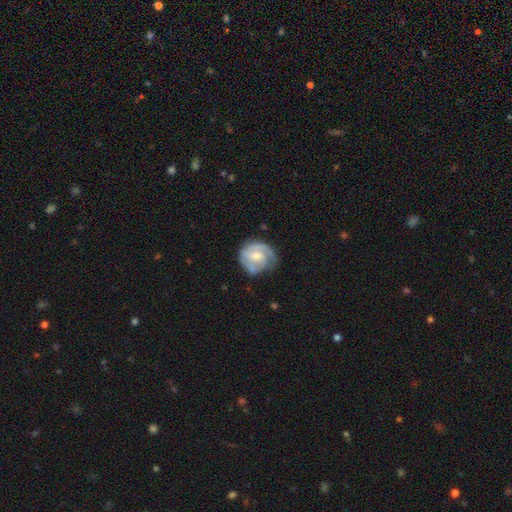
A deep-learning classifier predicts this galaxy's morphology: featured or disk 80%, smooth 15%, star or artifact 5%. Down the decision tree: edge-on disk — no (98%); bar — no (50%); spiral arms — yes (94%); spiral arm count — 2 (55%); spiral winding — tight (51%); bulge size — small (48%); merging — none (65%).